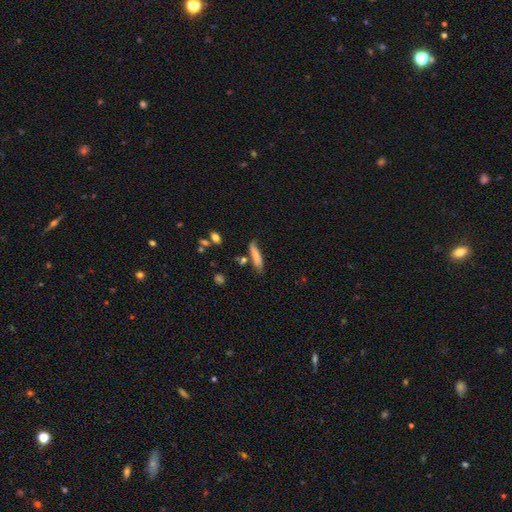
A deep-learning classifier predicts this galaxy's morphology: Smooth or featured? smooth (73%)
How rounded? cigar-shaped (73%)
Merging? none (63%)